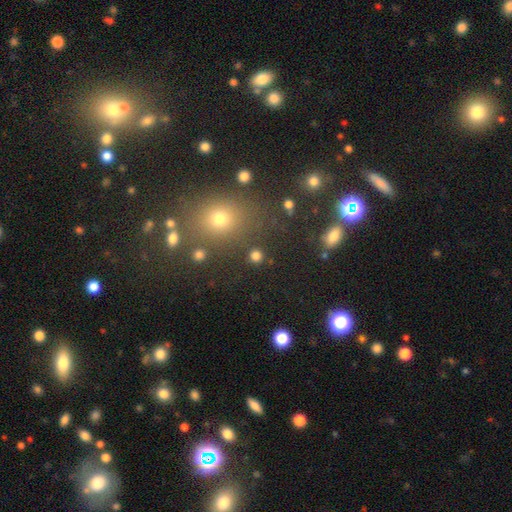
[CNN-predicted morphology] Overall: smooth (78%). How rounded: round (91%). Merging: none (87%).